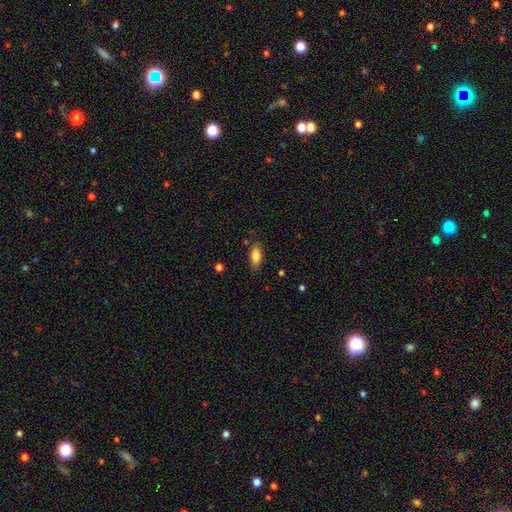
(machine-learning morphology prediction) This appears to be a smooth galaxy with no disk features (82%) that is in between round and cigar-shaped (84%). Merging: none (81%).